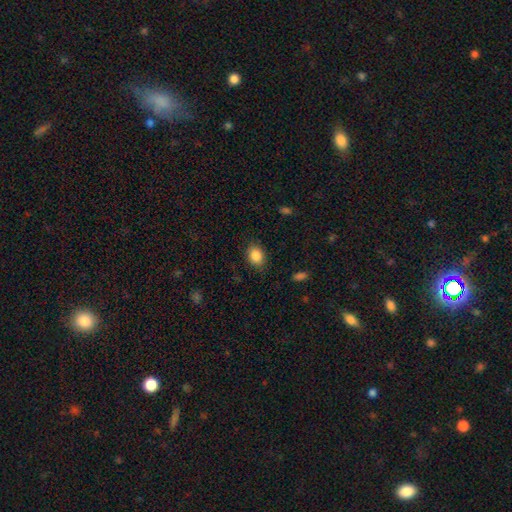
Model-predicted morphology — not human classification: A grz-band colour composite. It shows a smooth galaxy with no disk features (87%) that is in between round and cigar-shaped (61%). Merging: none (84%).